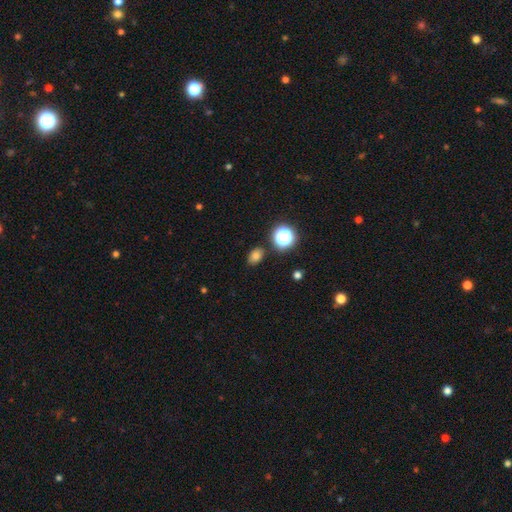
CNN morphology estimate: Smooth or featured? smooth (77%)
How rounded? in between (72%)
Merging? none (85%)